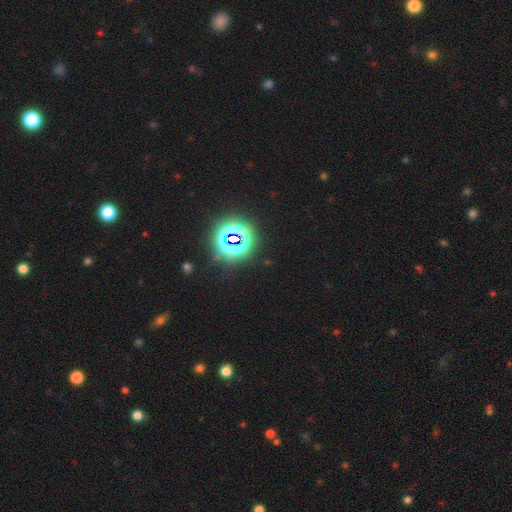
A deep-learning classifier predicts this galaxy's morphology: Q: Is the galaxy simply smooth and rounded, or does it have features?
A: star or artifact — 83%.